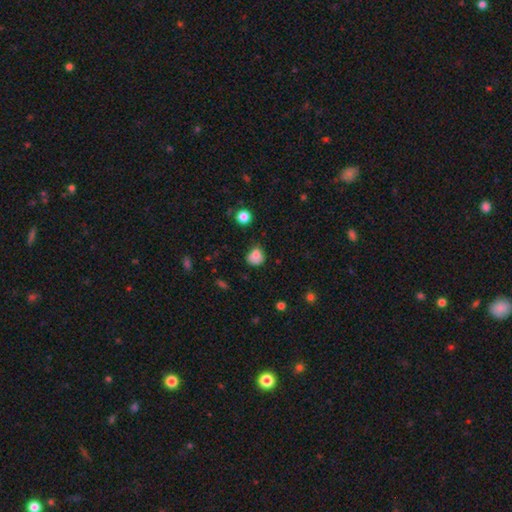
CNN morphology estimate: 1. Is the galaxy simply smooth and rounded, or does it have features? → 80% smooth, 11% star or artifact, 10% featured or disk.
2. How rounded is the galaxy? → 66% round, 33% in between, 1% cigar-shaped.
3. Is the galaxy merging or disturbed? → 53% none, 32% minor disturbance, 10% major disturbance, 4% merger.